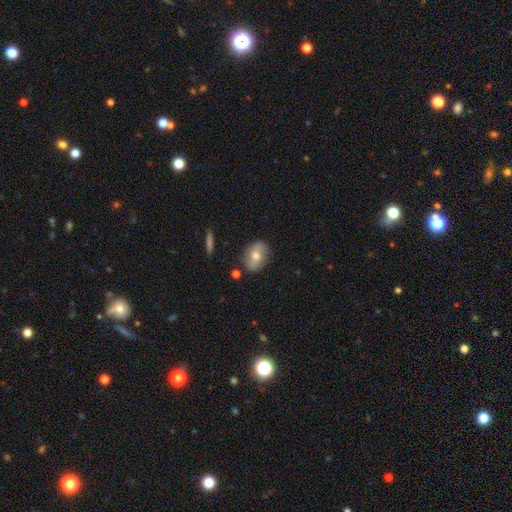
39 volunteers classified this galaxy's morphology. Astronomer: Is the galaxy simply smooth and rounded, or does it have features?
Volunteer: smooth — 64%.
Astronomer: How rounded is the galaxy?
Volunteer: in between — 64%.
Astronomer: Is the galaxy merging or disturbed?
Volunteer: none — 89%.